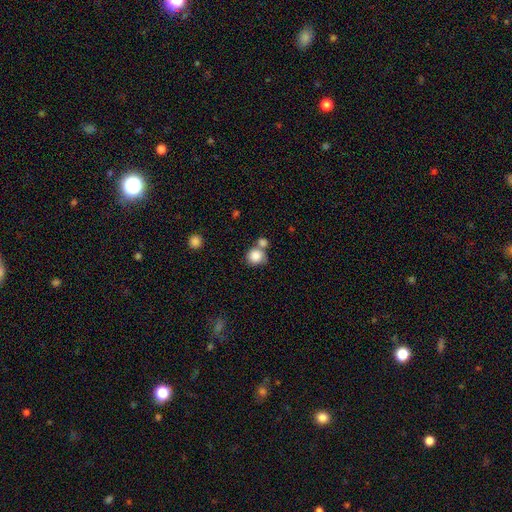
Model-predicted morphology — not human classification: Smooth or featured? smooth (85%)
How rounded? round (87%)
Merging? none (52%)